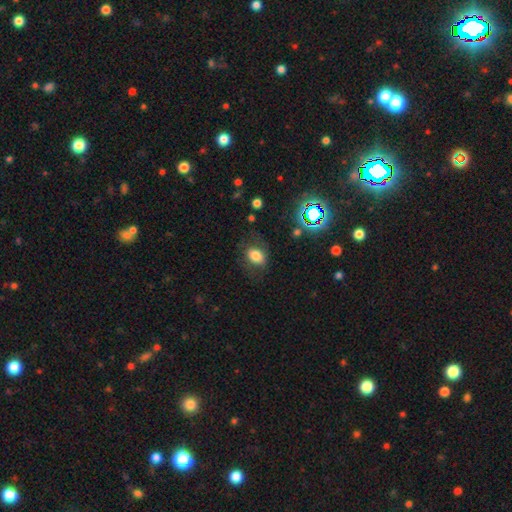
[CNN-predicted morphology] Q: Smooth or featured?
A: smooth (74%); runner-up: featured or disk (14%)
Q: How rounded?
A: in between (71%); runner-up: round (28%)
Q: Merging?
A: none (69%); runner-up: minor disturbance (18%)